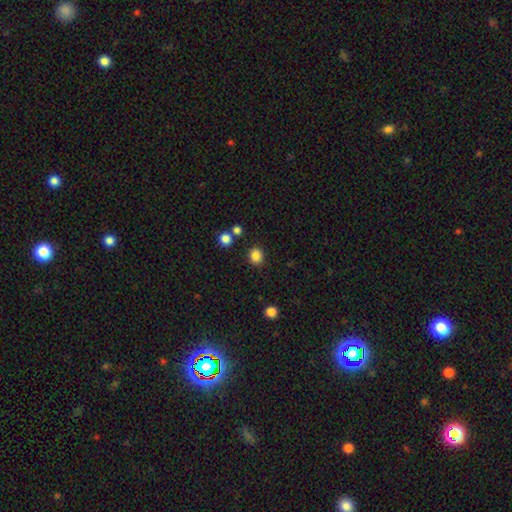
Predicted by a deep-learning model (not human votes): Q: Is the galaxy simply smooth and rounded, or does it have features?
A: smooth — 85%.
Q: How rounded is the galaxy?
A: round — 77%.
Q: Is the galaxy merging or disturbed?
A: none — 86%.